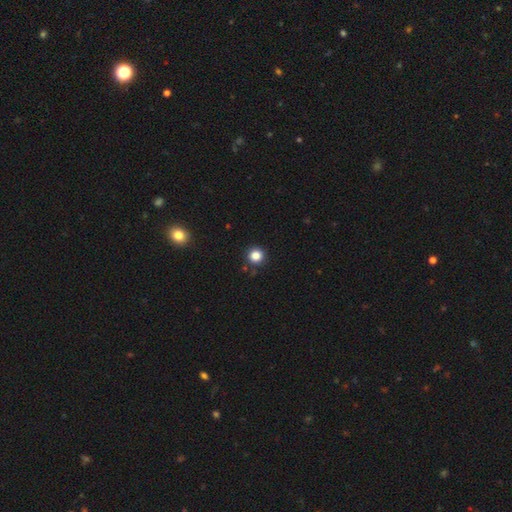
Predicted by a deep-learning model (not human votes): Smooth or featured?
  - smooth: 84% *
  - star or artifact: 13%
  - featured or disk: 4%
How rounded?
  - round: 93% *
  - in between: 6%
  - cigar-shaped: 1%
Merging?
  - none: 90% *
  - minor disturbance: 6%
  - merger: 2%
  - major disturbance: 2%